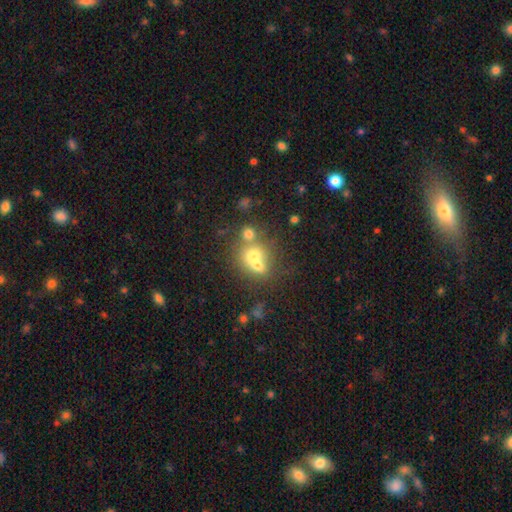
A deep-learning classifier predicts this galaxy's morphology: The model was most divided on "merging": merger: 59%, none: 30%, minor disturbance: 7%, major disturbance: 4%. More confident: how rounded — round (73%); smooth or featured — smooth (62%).